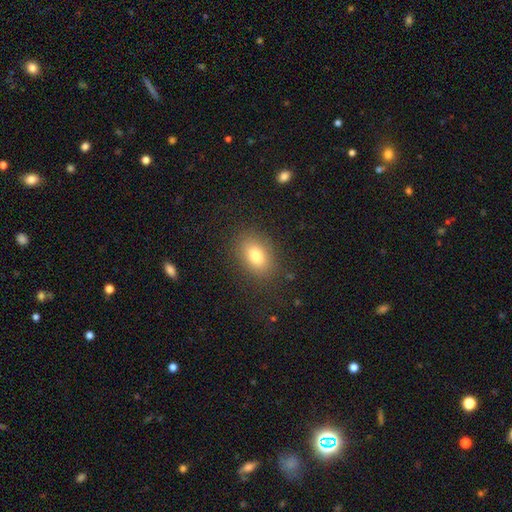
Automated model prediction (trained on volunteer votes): This is clearly a smooth galaxy (80%). How rounded: clearly in between (82%). Merging: clearly none (83%).